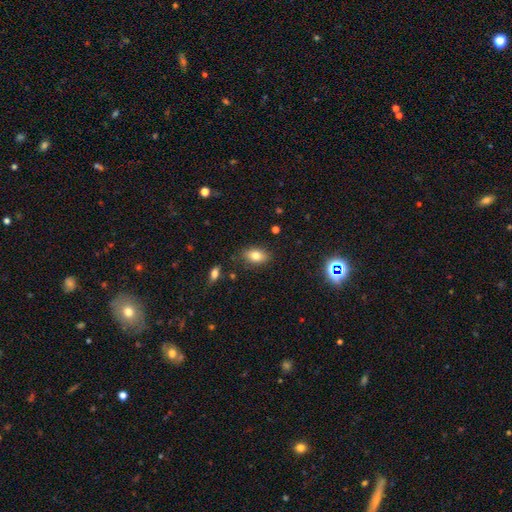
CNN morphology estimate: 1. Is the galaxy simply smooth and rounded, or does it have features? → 80% smooth, 10% featured or disk, 10% star or artifact.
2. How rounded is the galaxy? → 87% in between, 11% round, 3% cigar-shaped.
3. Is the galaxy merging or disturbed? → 83% none, 12% minor disturbance, 3% major disturbance, 2% merger.